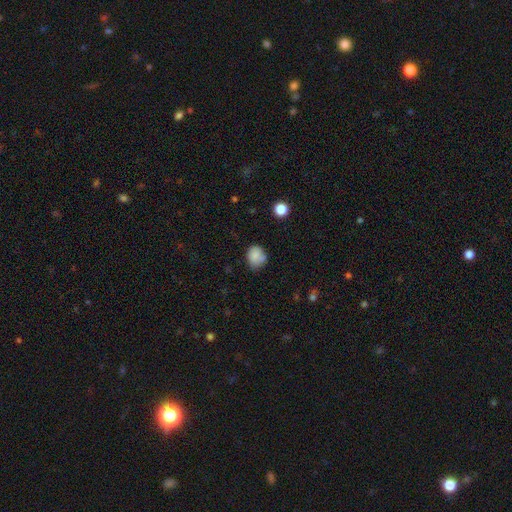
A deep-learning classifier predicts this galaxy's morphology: A smooth galaxy with no disk features (80%) that is round (55%).

Vote fractions:
- Smooth or featured? smooth: 80% / star or artifact: 10% / featured or disk: 9%
- How rounded? round: 55% / in between: 45% / cigar-shaped: 1%
- Merging? none: 54% / minor disturbance: 28% / merger: 9% / major disturbance: 9%